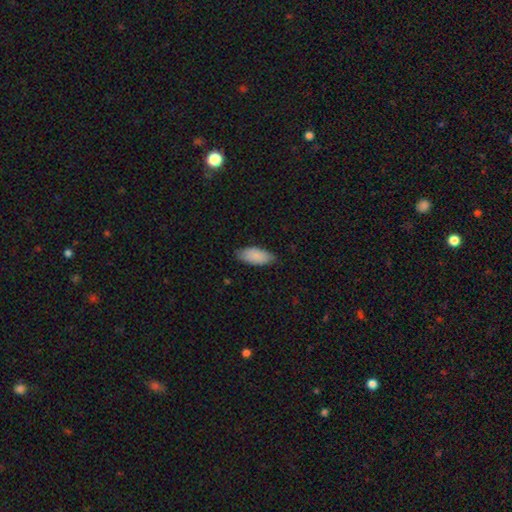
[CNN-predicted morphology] The model was most divided on "merging": none: 80%, minor disturbance: 17%, major disturbance: 2%, merger: 1%. More confident: smooth or featured — smooth (88%); how rounded — in between (88%).